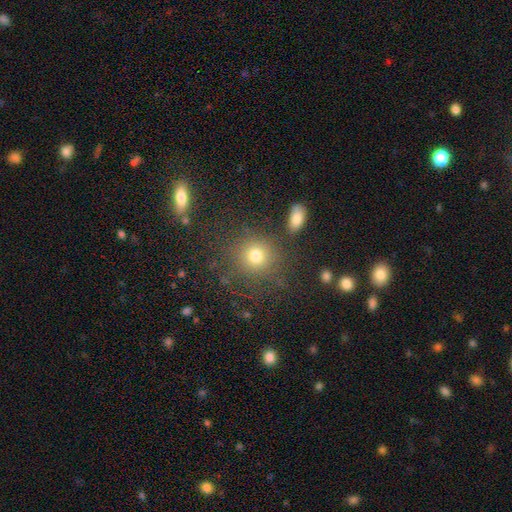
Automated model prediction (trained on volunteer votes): Smooth or featured? smooth (75%)
How rounded? round (88%)
Merging? none (81%)